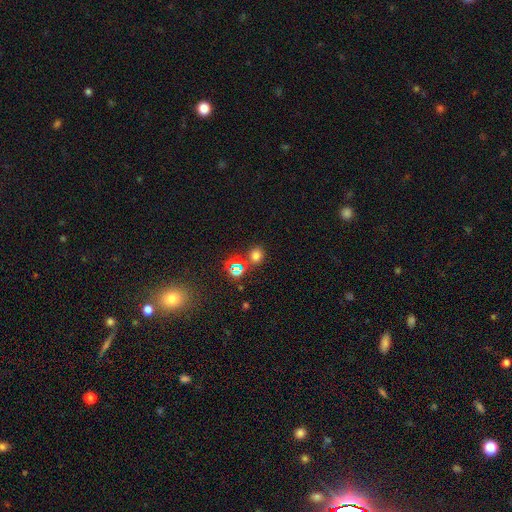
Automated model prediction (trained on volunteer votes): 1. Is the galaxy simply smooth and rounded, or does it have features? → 66% smooth, 28% star or artifact, 6% featured or disk.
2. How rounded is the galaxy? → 74% round, 25% in between, 1% cigar-shaped.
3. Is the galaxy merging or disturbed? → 74% none, 13% merger, 9% minor disturbance, 4% major disturbance.